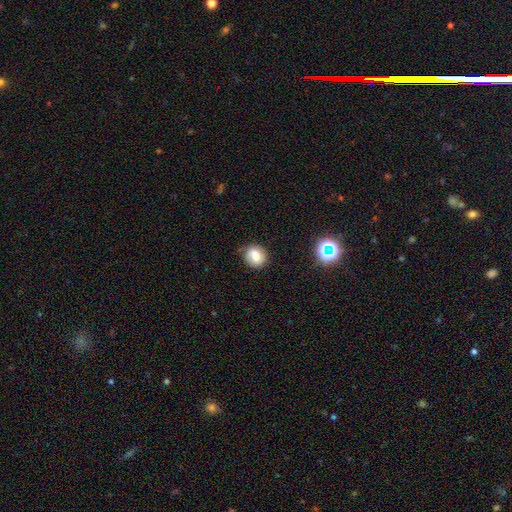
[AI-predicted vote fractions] This appears to be a smooth galaxy with no disk features (73%) that is round (76%). Merging: none (83%).